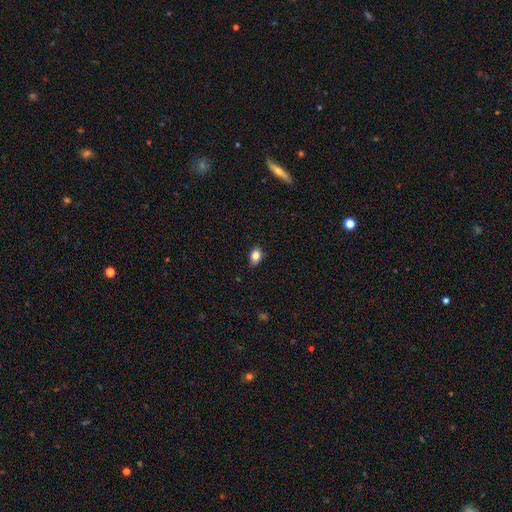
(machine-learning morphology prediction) Smooth or featured: smooth — 84% (star or artifact — 9%)
How rounded: in between — 77% (round — 21%)
Merging: none — 80% (minor disturbance — 16%)